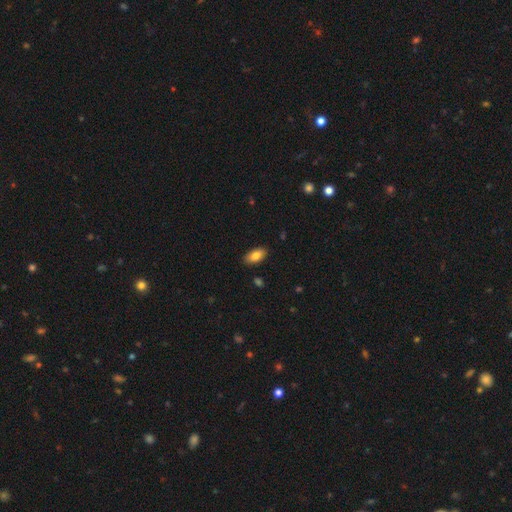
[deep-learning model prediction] Q: Smooth or featured?
A: smooth (82%); runner-up: featured or disk (11%)
Q: How rounded?
A: in between (92%); runner-up: cigar-shaped (5%)
Q: Merging?
A: none (87%); runner-up: minor disturbance (9%)